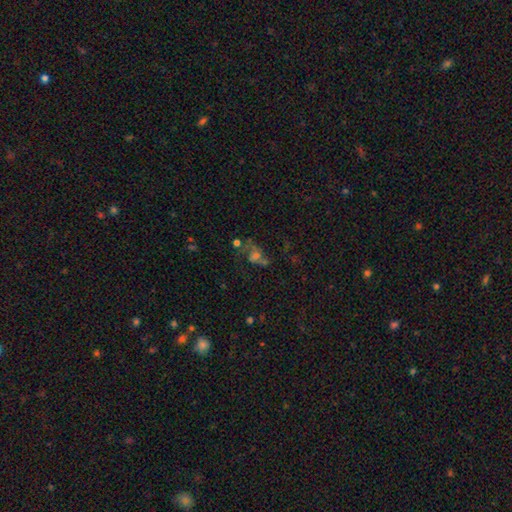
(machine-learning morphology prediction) Smooth or featured? featured or disk (39%)
Merging? none (35%)